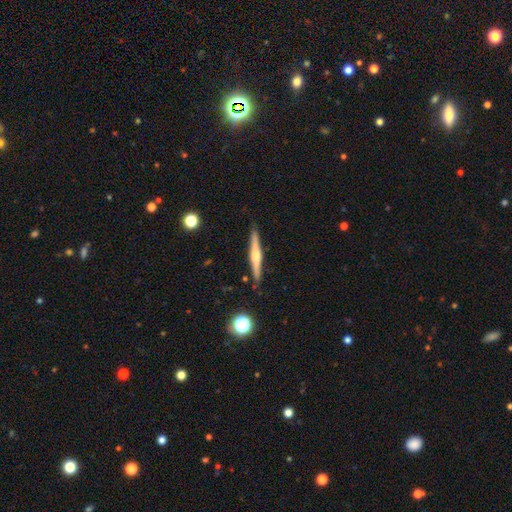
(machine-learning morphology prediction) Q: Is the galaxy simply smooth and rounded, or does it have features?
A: featured or disk — 65%.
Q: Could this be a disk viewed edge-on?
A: yes — 98%.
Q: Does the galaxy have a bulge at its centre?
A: rounded — 82%.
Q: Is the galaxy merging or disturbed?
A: none — 89%.